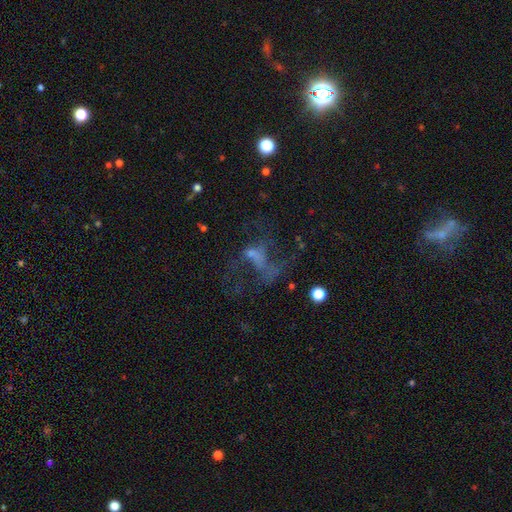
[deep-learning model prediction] This is possibly a featured or disk galaxy (50%). It is clearly not viewed edge-on (96%). Merging: possibly major disturbance (47%).